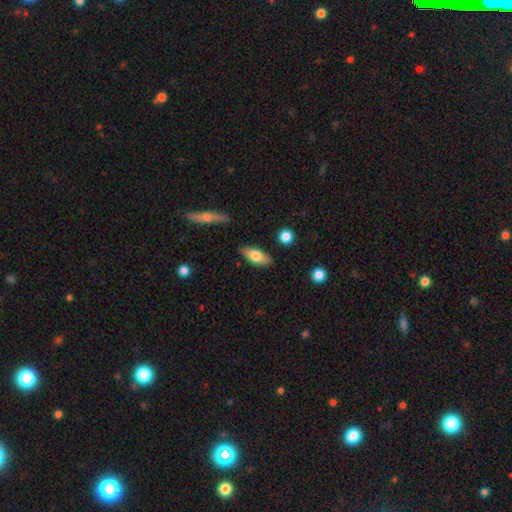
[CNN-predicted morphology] smooth-or-featured: smooth: 68% | featured or disk: 25% | star or artifact: 6%
  how-rounded: in between: 76% | cigar-shaped: 21% | round: 3%
  merging: none: 85% | minor disturbance: 11% | merger: 2% | major disturbance: 2%